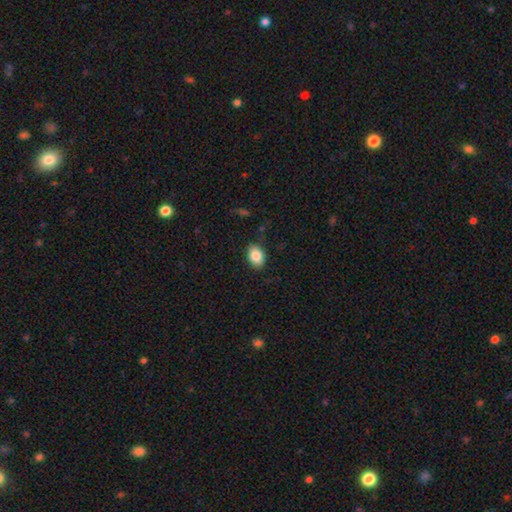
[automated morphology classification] Smooth or featured?
  - smooth: 85% *
  - star or artifact: 8%
  - featured or disk: 7%
How rounded?
  - in between: 80% *
  - round: 19%
  - cigar-shaped: 1%
Merging?
  - none: 84% *
  - minor disturbance: 12%
  - major disturbance: 3%
  - merger: 1%